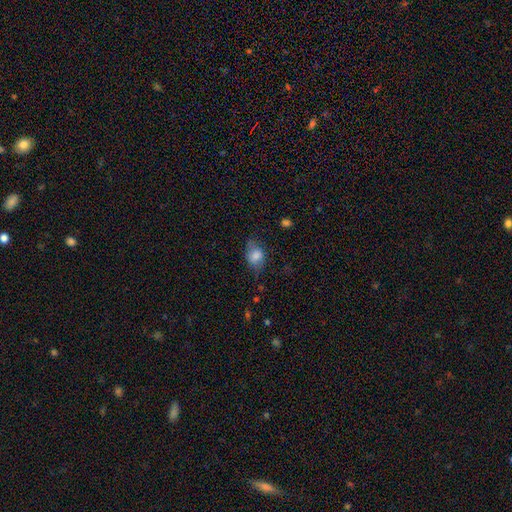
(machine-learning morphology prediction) type=smooth (77%); roundness=in between (70%); merging=none (62%).